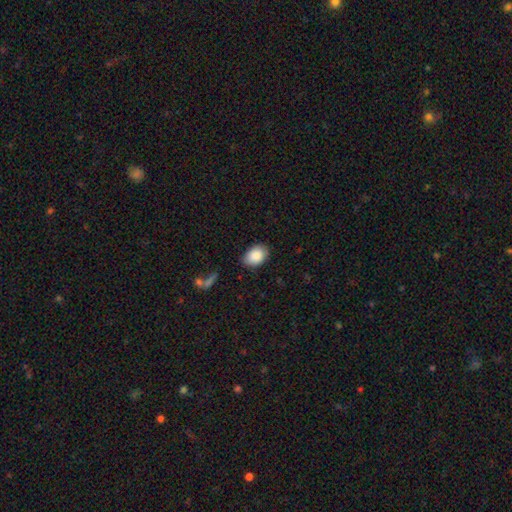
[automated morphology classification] A smooth galaxy with no disk features (88%) that is in between round and cigar-shaped (81%). Merging: none (79%).